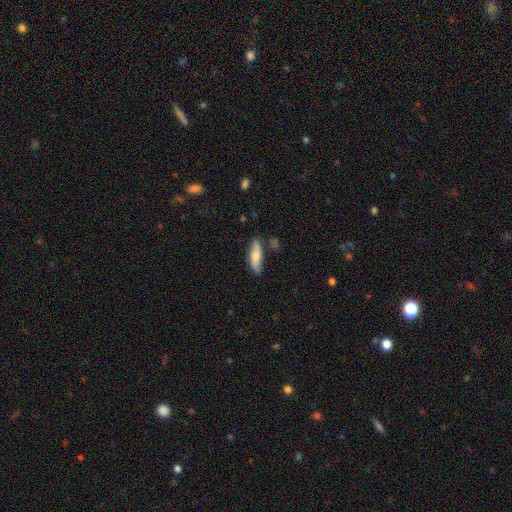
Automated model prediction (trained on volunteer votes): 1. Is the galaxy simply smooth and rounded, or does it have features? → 62% smooth, 32% featured or disk, 6% star or artifact.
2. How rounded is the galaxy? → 55% cigar-shaped, 42% in between, 2% round.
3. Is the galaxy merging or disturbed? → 70% none, 21% minor disturbance, 5% merger, 4% major disturbance.